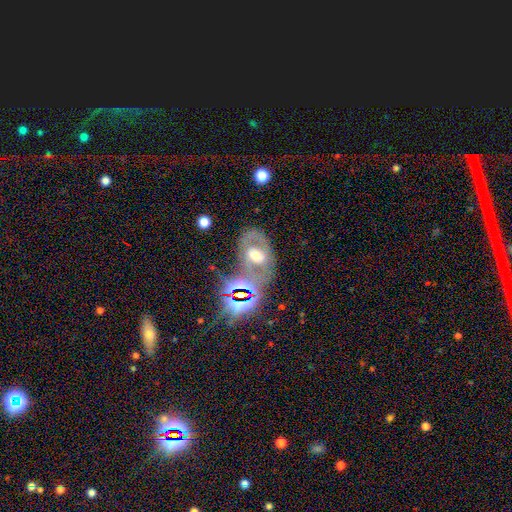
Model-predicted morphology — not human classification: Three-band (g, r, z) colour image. It shows a featured or disk galaxy (52%). Merging: none (50%).